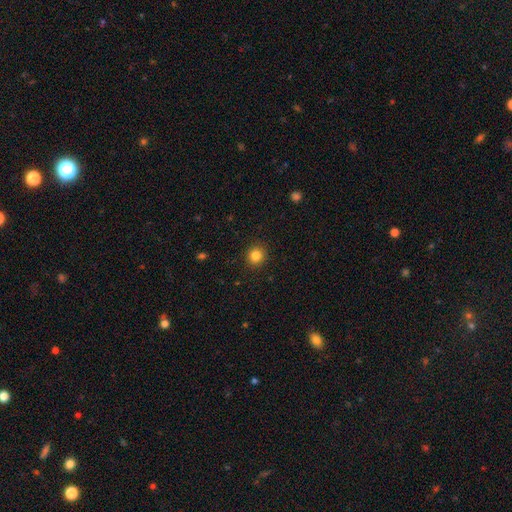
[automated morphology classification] A smooth galaxy with no disk features (84%) that is round (89%). Merging: none (91%).